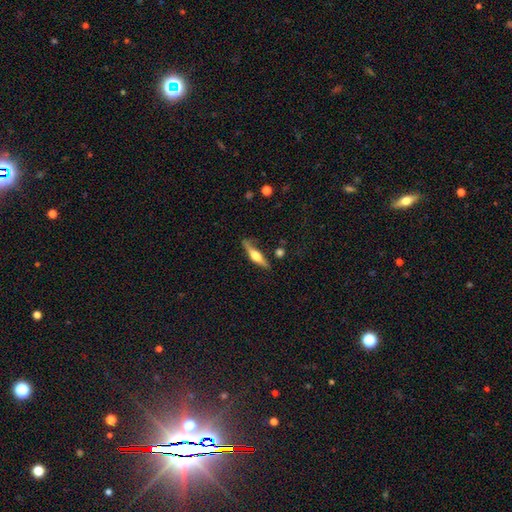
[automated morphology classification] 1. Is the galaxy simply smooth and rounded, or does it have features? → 58% featured or disk, 36% smooth, 6% star or artifact.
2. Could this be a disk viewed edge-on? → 94% yes, 6% no.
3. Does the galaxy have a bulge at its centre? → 91% rounded, 6% boxy, 3% none.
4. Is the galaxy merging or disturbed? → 73% none, 18% minor disturbance, 5% major disturbance, 4% merger.